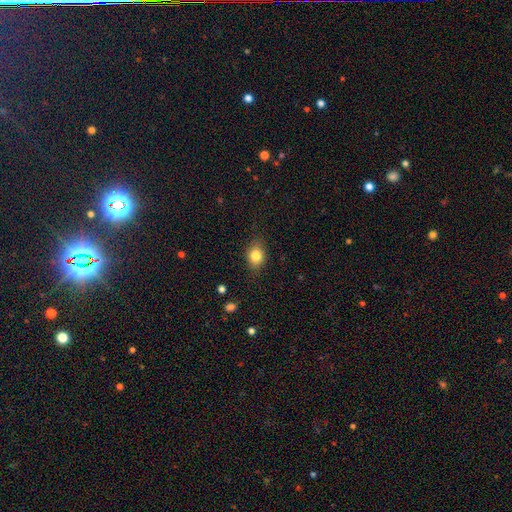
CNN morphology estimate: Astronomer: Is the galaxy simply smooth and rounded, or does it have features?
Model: smooth — 82%.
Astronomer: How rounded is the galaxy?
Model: in between — 57% (runner-up: round, 42%).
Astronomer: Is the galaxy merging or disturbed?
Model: none — 82%.